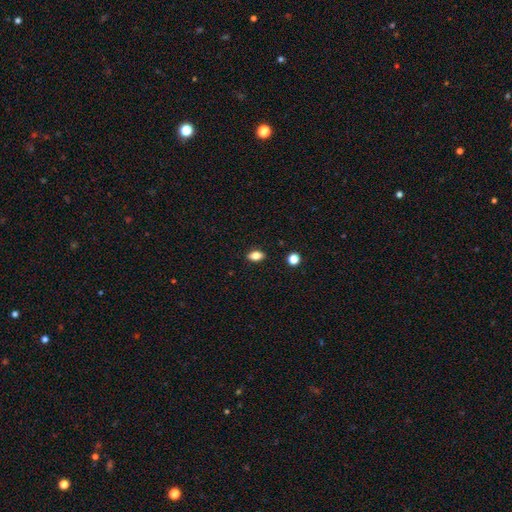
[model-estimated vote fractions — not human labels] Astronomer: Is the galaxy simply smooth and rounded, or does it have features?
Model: smooth — 79%.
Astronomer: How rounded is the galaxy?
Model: in between — 84%.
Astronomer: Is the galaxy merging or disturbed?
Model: none — 88%.